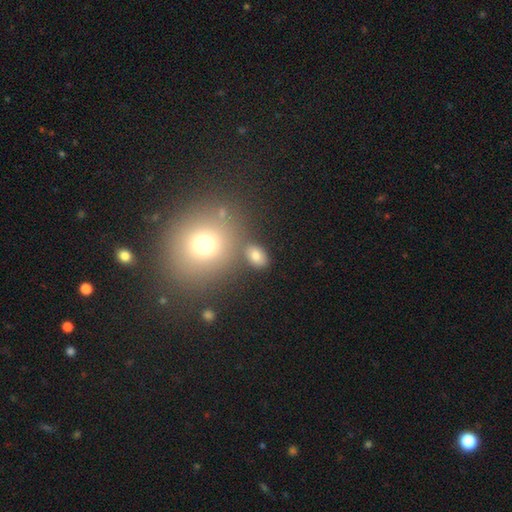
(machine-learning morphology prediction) Smooth or featured? Predicted: smooth (p=0.77). How rounded? Predicted: in between (p=0.74). Merging? Predicted: none (p=0.74).